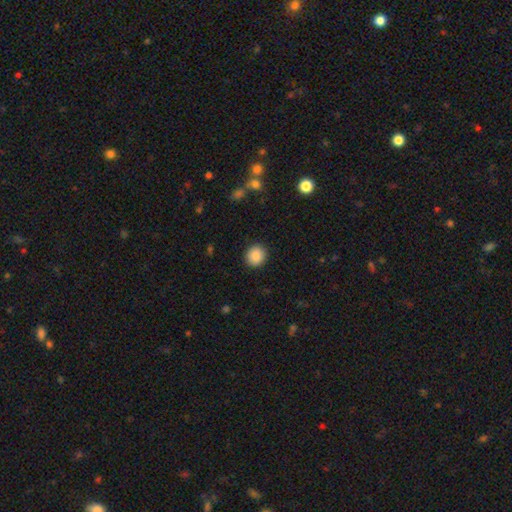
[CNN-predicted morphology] Overall: smooth (89%). How rounded: round (87%). Merging: none (91%).